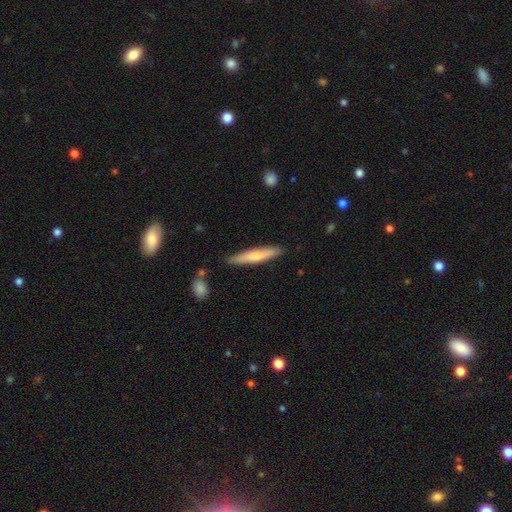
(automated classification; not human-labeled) smooth_or_featured: smooth (p=0.63) [alt: featured or disk p=0.31]
how_rounded: cigar-shaped (p=0.92) [alt: in between p=0.07]
merging: none (p=0.86) [alt: minor disturbance p=0.10]